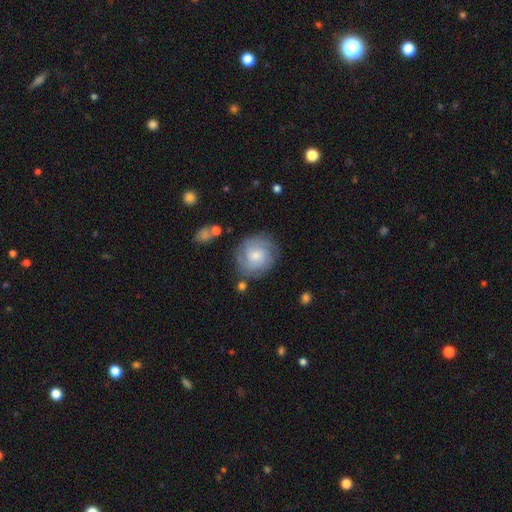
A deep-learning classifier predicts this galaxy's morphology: featured or disk 65%, smooth 28%, star or artifact 7%. Down the decision tree: edge-on disk — no (98%); bar — no (69%); spiral arms — yes (90%); spiral arm count — can't tell (36%); spiral winding — tight (61%); bulge size — small (53%); merging — none (77%).